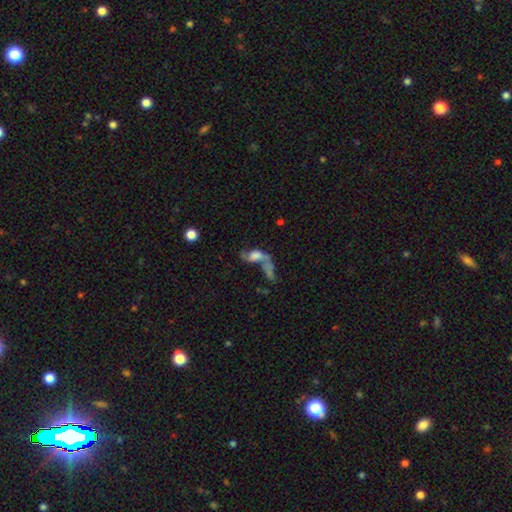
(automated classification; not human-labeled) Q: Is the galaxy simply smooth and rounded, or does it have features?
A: smooth — 44%.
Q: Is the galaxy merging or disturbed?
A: merger — 51%.